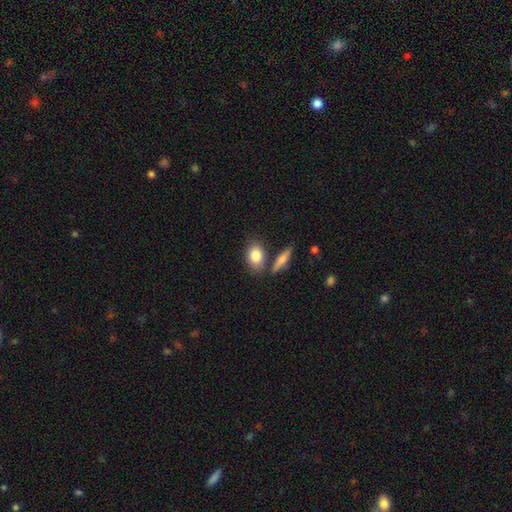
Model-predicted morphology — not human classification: smooth 82%, featured or disk 11%, star or artifact 7%. Down the decision tree: how rounded — in between (76%); merging — none (66%).